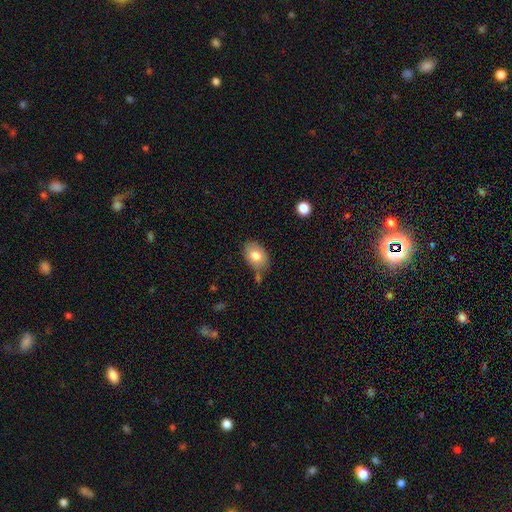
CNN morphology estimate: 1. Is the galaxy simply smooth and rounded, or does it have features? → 78% smooth, 15% featured or disk, 7% star or artifact.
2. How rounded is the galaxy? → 80% in between, 19% round, 1% cigar-shaped.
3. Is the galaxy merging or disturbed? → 62% none, 22% minor disturbance, 10% merger, 6% major disturbance.